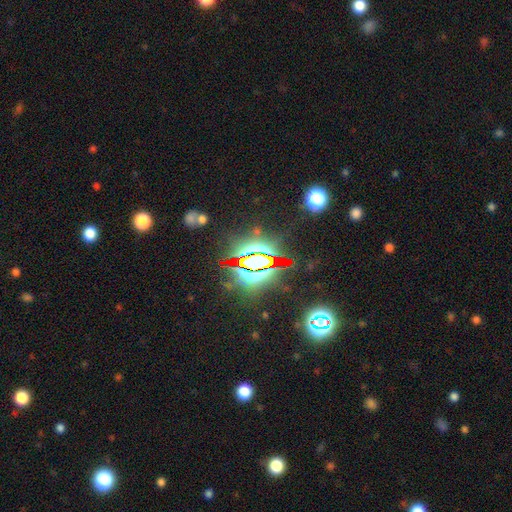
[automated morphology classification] Smooth or featured: star or artifact — 82% (featured or disk — 9%)